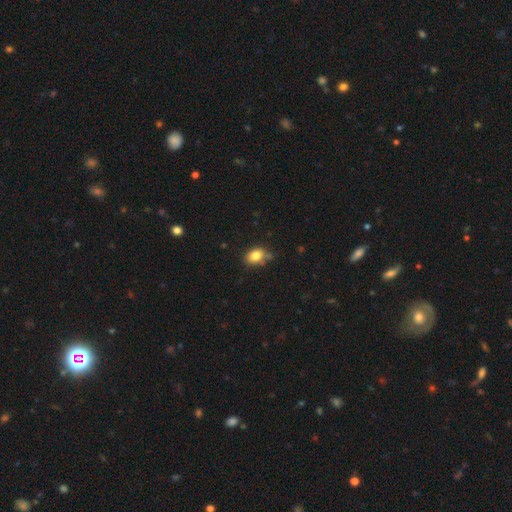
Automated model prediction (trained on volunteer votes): A smooth galaxy with no disk features (83%) that is in between round and cigar-shaped (68%).

Vote fractions:
- Smooth or featured? smooth: 83% / star or artifact: 10% / featured or disk: 7%
- How rounded? in between: 68% / round: 31% / cigar-shaped: 1%
- Merging? none: 70% / minor disturbance: 20% / merger: 6% / major disturbance: 4%